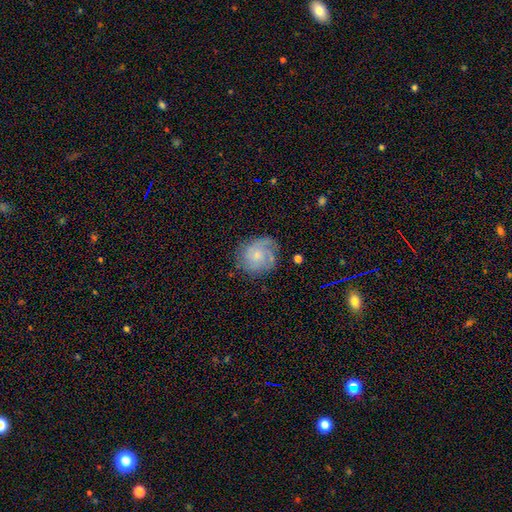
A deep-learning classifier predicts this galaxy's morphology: A featured or disk galaxy (65%) with no bar (78%), tight (54%) spiral arms (89%) and a small central bulge (65%). Merging: none (70%).